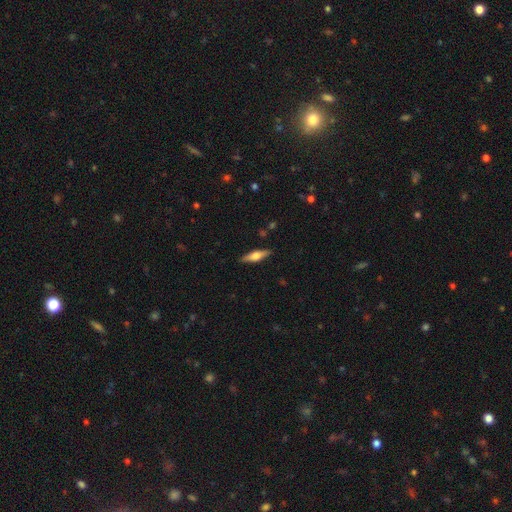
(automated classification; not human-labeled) Smooth or featured? featured or disk (50%)
Merging? none (88%)